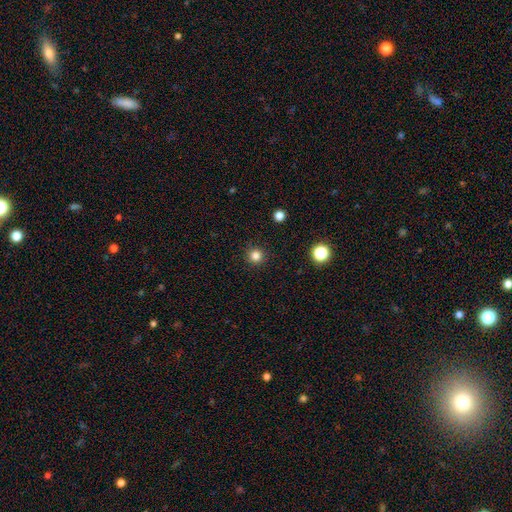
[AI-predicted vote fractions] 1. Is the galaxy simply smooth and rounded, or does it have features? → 82% smooth, 14% star or artifact, 4% featured or disk.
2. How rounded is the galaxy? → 96% round, 3% in between, 1% cigar-shaped.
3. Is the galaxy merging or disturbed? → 92% none, 5% minor disturbance, 2% major disturbance, 1% merger.